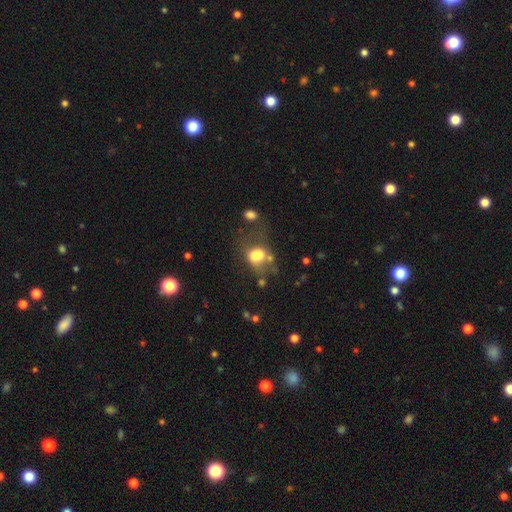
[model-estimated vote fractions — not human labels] Smooth or featured? smooth (68%)
How rounded? in between (58%)
Merging? none (31%)